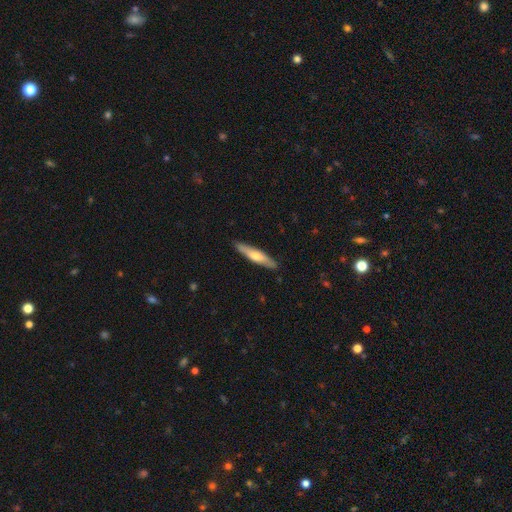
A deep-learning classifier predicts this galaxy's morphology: This is possibly a smooth galaxy (52%). How rounded: clearly cigar-shaped (88%). Merging: clearly none (89%).